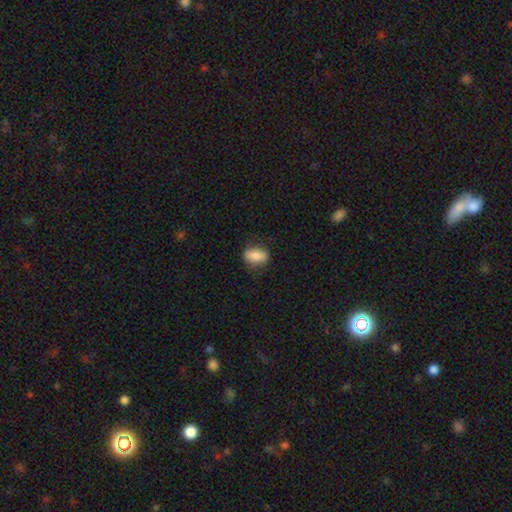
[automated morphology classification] Smooth or featured? smooth (82%)
How rounded? in between (83%)
Merging? none (77%)